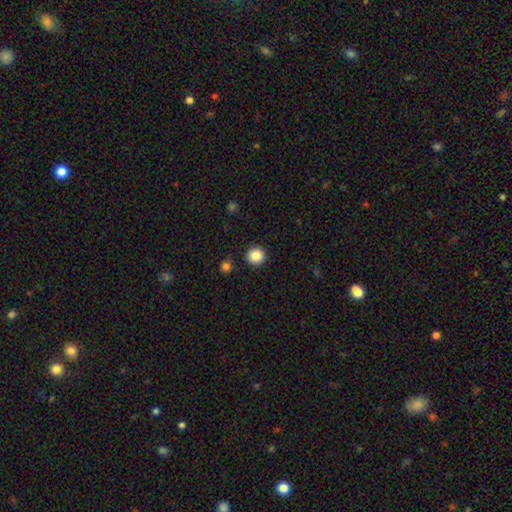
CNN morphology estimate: Overall: smooth (86%). How rounded: round (94%). Merging: none (91%).